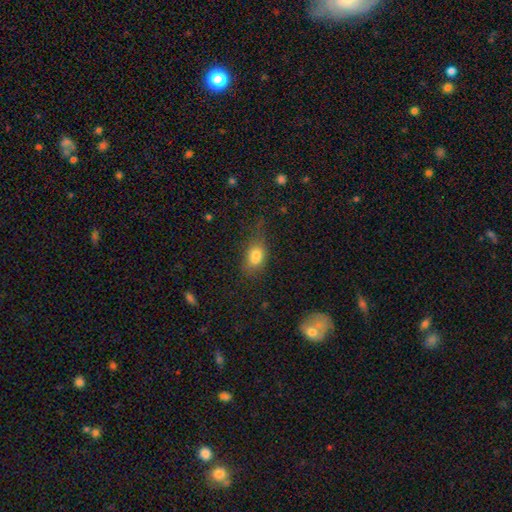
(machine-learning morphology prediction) Q: Smooth or featured?
A: smooth (78%); runner-up: star or artifact (11%)
Q: How rounded?
A: in between (79%); runner-up: round (17%)
Q: Merging?
A: none (48%); runner-up: minor disturbance (28%)